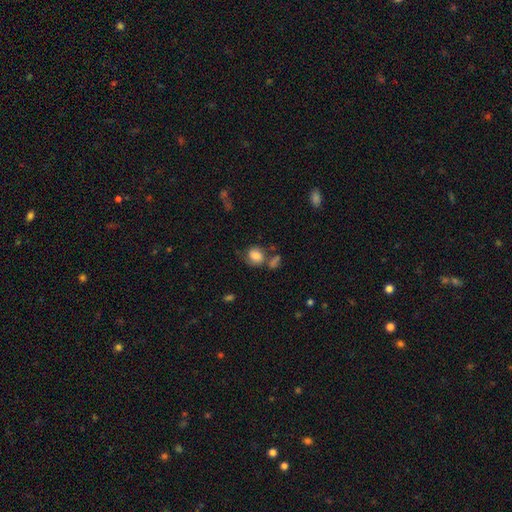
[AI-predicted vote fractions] smooth 75%, featured or disk 16%, star or artifact 9%. Down the decision tree: how rounded — round (65%); merging — none (46%).